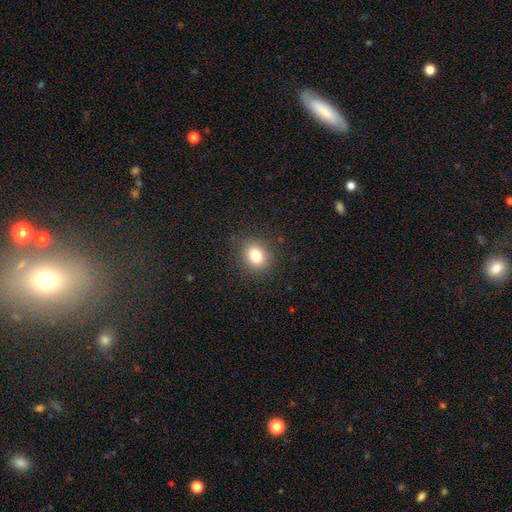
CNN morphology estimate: Smooth or featured?
  - smooth: 80% *
  - star or artifact: 12%
  - featured or disk: 8%
How rounded?
  - round: 68% *
  - in between: 31%
  - cigar-shaped: 1%
Merging?
  - none: 88% *
  - minor disturbance: 8%
  - major disturbance: 3%
  - merger: 1%